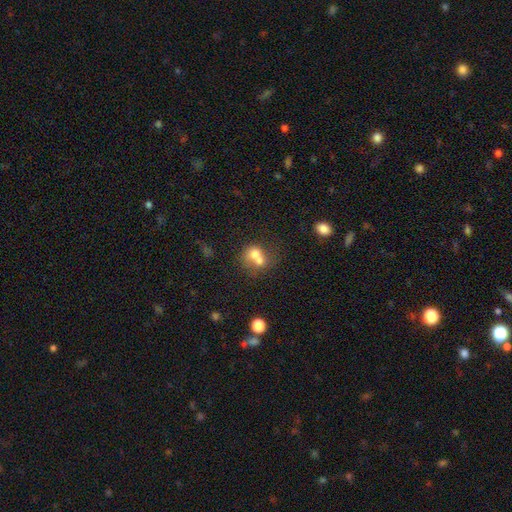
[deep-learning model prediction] A smooth galaxy with no disk features (65%) that is round (64%). Merging: merger (67%).